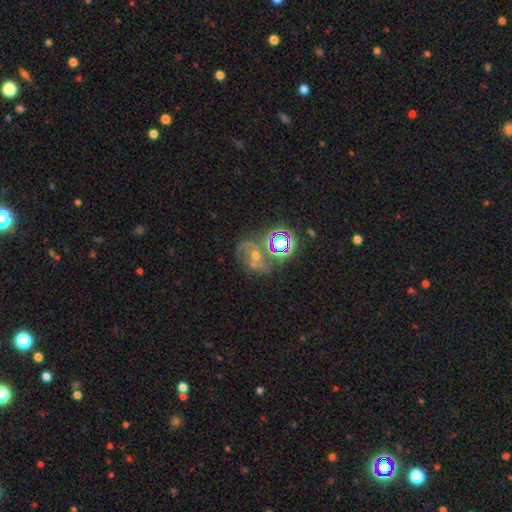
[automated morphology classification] Smooth or featured? Predicted: featured or disk (p=0.47). Merging? Predicted: none (p=0.47).